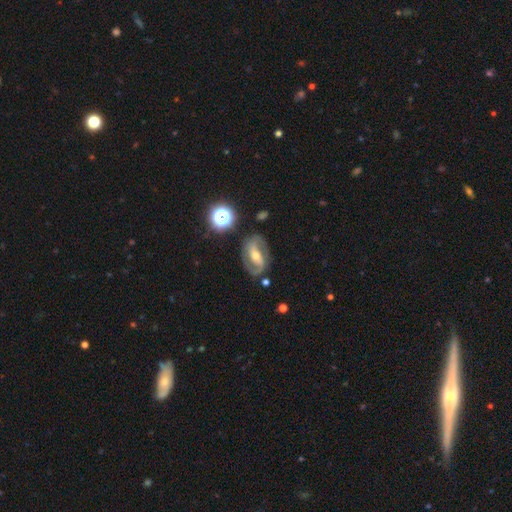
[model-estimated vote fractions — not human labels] featured or disk 83%, smooth 10%, star or artifact 8%. Down the decision tree: edge-on disk — no (96%); bar — strong (50%); spiral arms — yes (91%); spiral arm count — 2 (89%); spiral winding — medium (49%); bulge size — moderate (56%); merging — none (79%).